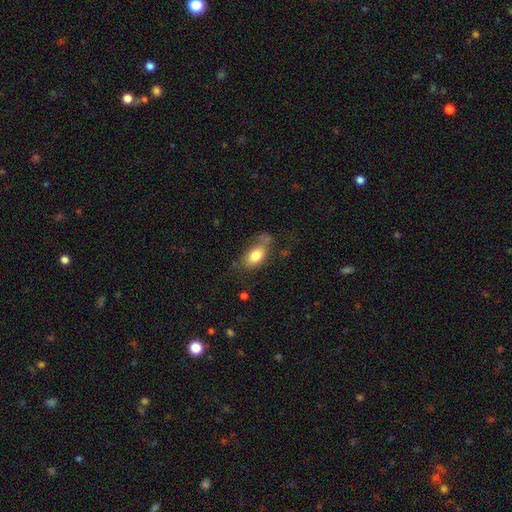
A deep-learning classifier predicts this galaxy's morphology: smooth_or_featured: smooth (p=0.78) [alt: featured or disk p=0.14]
how_rounded: in between (p=0.89) [alt: round p=0.07]
merging: none (p=0.51) [alt: minor disturbance p=0.26]